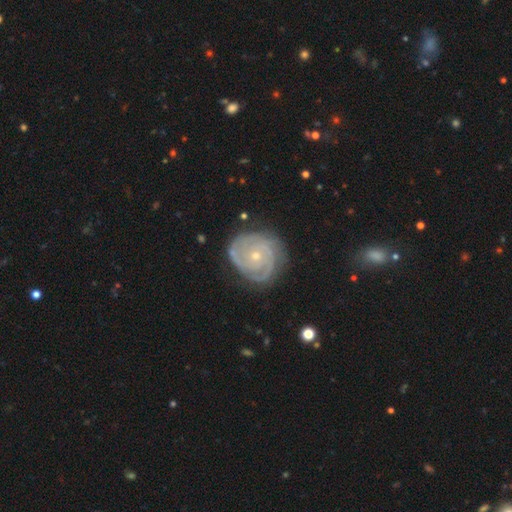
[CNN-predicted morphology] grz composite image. It shows a featured or disk galaxy (88%) with no bar (79%), 3 (35%) tight (77%) spiral arms (97%) and a small central bulge (72%). Merging: none (78%).